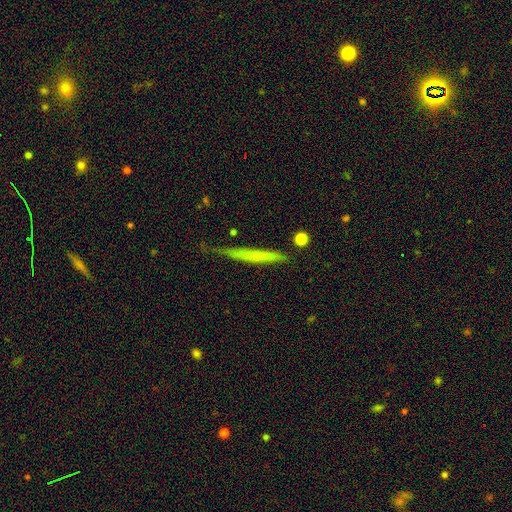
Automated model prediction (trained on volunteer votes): A smooth galaxy with no disk features (56%) that is cigar-shaped (96%).

Vote fractions:
- Smooth or featured? smooth: 56% / featured or disk: 37% / star or artifact: 6%
- How rounded? cigar-shaped: 96% / in between: 3% / round: 2%
- Merging? none: 70% / minor disturbance: 22% / major disturbance: 5% / merger: 3%